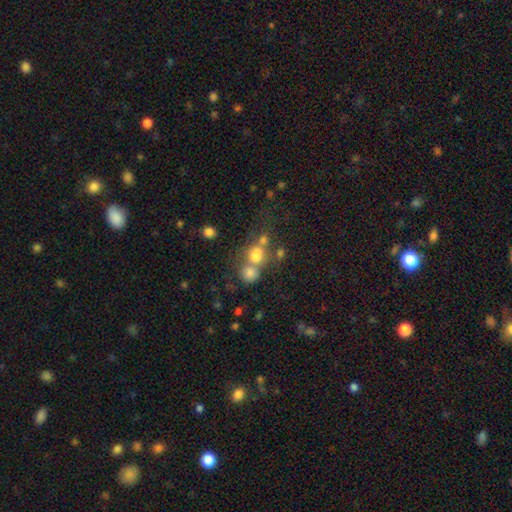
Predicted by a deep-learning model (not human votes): Smooth or featured?
  - smooth: 65% *
  - star or artifact: 18%
  - featured or disk: 16%
How rounded?
  - round: 75% *
  - in between: 24%
  - cigar-shaped: 1%
Merging?
  - merger: 49% *
  - none: 37%
  - minor disturbance: 8%
  - major disturbance: 6%